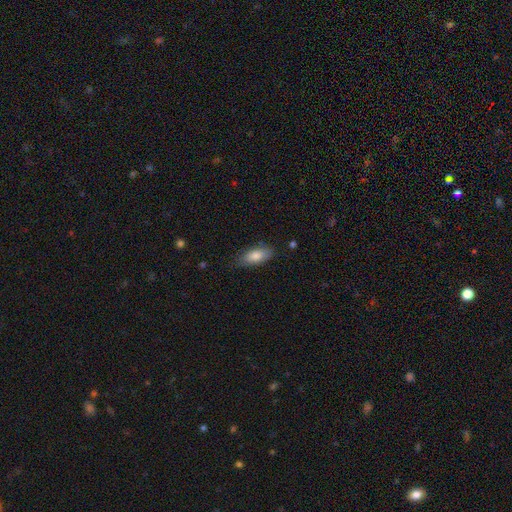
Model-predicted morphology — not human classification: Smooth or featured: smooth — 82% (featured or disk — 11%)
How rounded: in between — 84% (cigar-shaped — 13%)
Merging: none — 76% (minor disturbance — 19%)